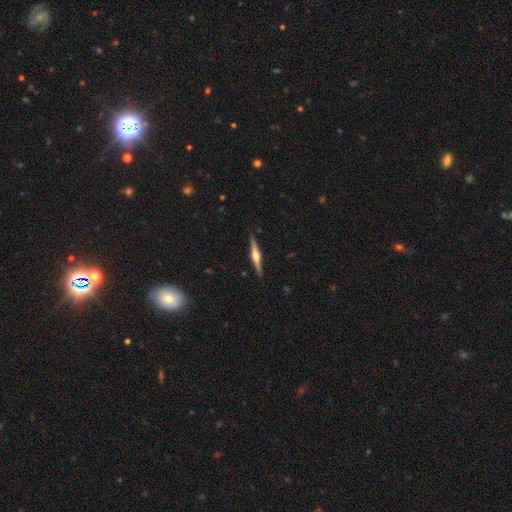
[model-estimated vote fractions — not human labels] Morphology: type=featured or disk (79%); edge-on=yes (98%); edge-on bulge=rounded (93%); merging=none (91%).